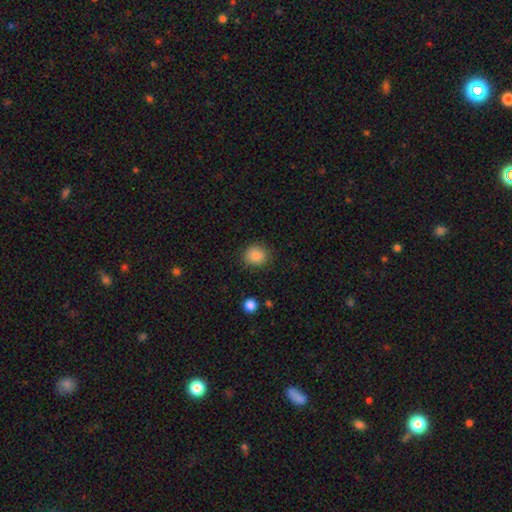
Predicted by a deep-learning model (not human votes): Morphology: type=smooth (87%); roundness=round (79%); merging=none (85%).